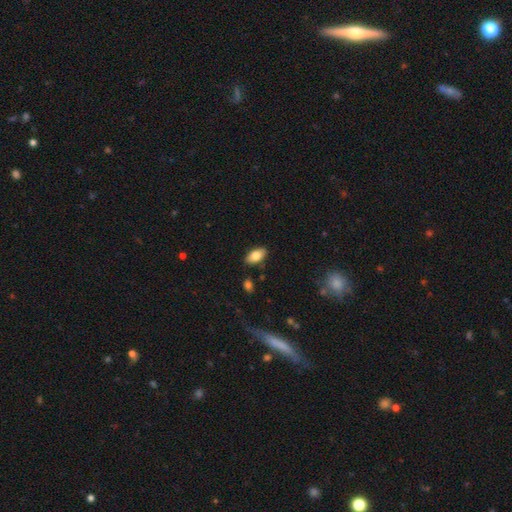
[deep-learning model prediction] This appears to be a smooth galaxy with no disk features (80%) that is in between round and cigar-shaped (93%). Merging: none (86%).